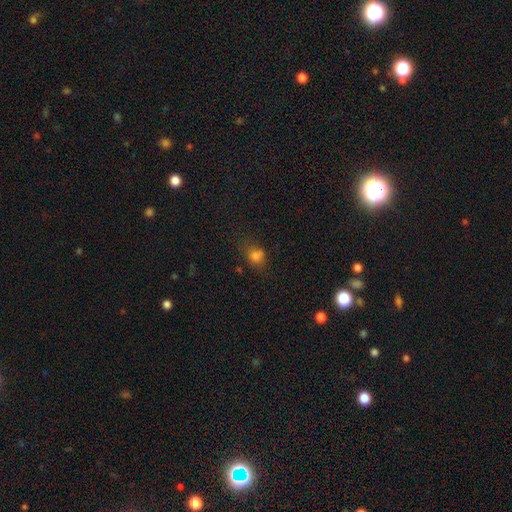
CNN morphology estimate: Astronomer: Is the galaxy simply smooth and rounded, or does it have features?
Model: smooth — 75%.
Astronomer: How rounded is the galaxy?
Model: round — 59% (runner-up: in between, 40%).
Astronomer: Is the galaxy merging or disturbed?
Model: none — 54%.